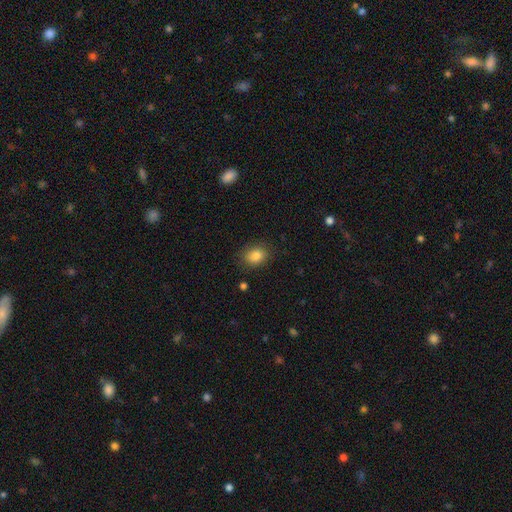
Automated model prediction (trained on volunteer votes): Smooth or featured: smooth — 85% (star or artifact — 9%)
How rounded: in between — 60% (round — 39%)
Merging: none — 82% (minor disturbance — 13%)